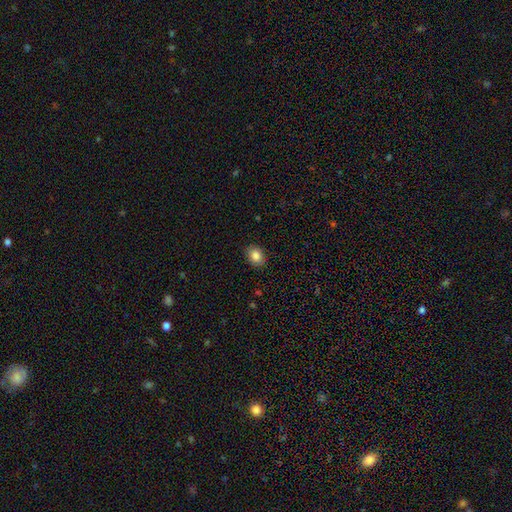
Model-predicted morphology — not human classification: Smooth or featured? smooth (86%)
How rounded? in between (62%)
Merging? none (87%)